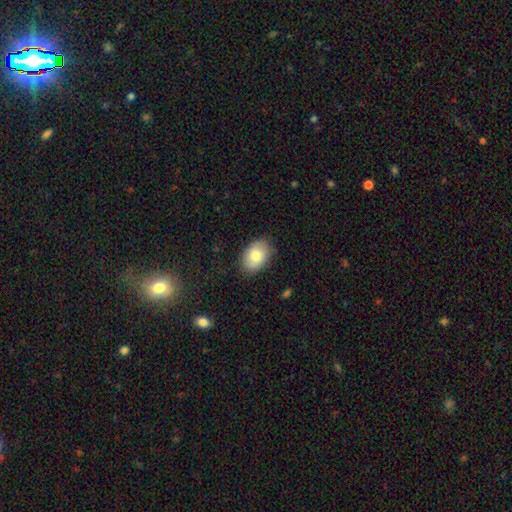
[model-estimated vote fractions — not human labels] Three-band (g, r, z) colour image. It shows a smooth galaxy with no disk features (81%) that is in between round and cigar-shaped (84%). Merging: none (84%).